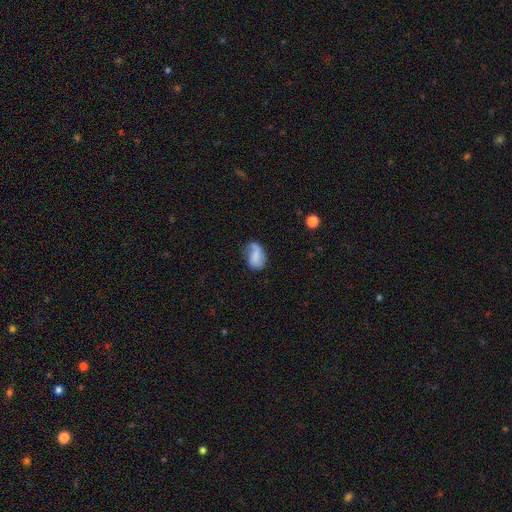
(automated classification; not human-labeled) Smooth or featured?
  - smooth: 54% *
  - featured or disk: 37%
  - star or artifact: 9%
How rounded?
  - in between: 82% *
  - round: 16%
  - cigar-shaped: 2%
Merging?
  - none: 43% *
  - minor disturbance: 33%
  - major disturbance: 20%
  - merger: 3%